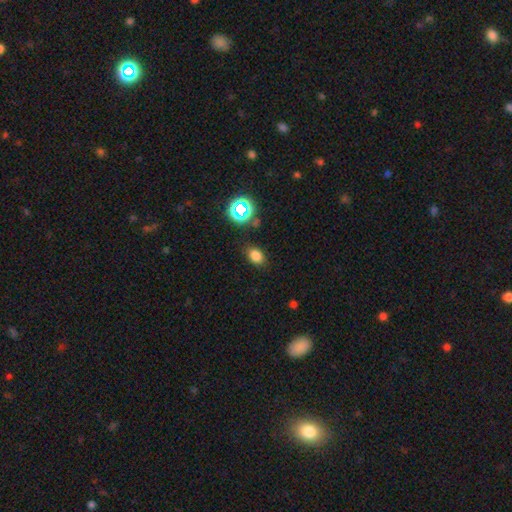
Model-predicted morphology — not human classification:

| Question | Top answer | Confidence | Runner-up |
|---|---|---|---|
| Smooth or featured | smooth | 76% | star or artifact (18%) |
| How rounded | in between | 73% | round (26%) |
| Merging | none | 83% | minor disturbance (11%) |